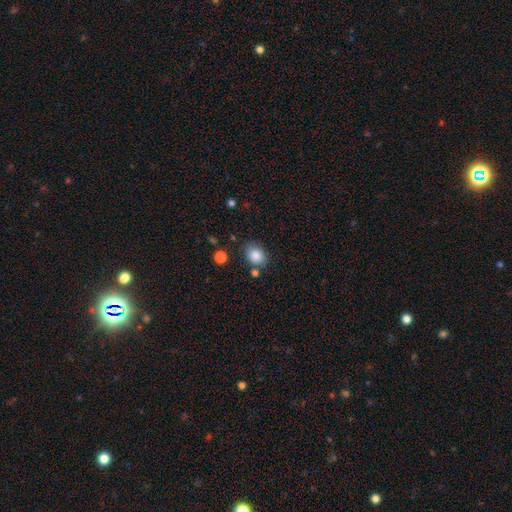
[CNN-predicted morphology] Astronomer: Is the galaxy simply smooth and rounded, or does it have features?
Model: smooth — 86%.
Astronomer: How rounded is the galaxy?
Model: in between — 55% (runner-up: round, 44%).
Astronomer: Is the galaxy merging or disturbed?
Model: none — 74%.